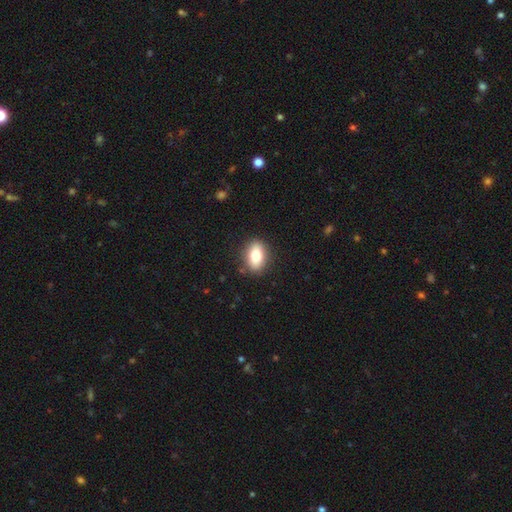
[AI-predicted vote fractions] Q: Smooth or featured?
A: smooth (79%); runner-up: featured or disk (13%)
Q: How rounded?
A: in between (84%); runner-up: round (13%)
Q: Merging?
A: none (88%); runner-up: minor disturbance (9%)